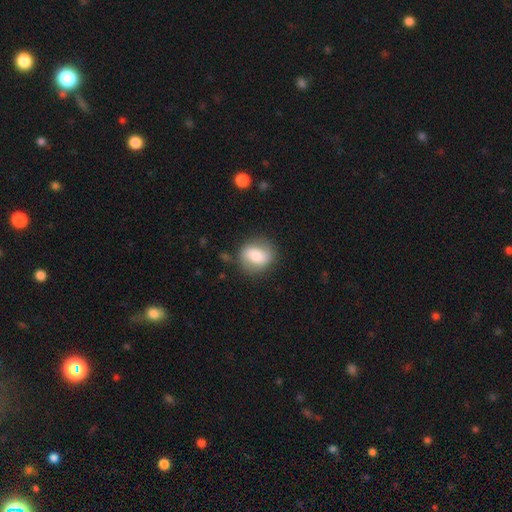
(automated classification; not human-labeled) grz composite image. It shows a smooth galaxy with no disk features (71%) that is round (63%). Merging: none (76%).